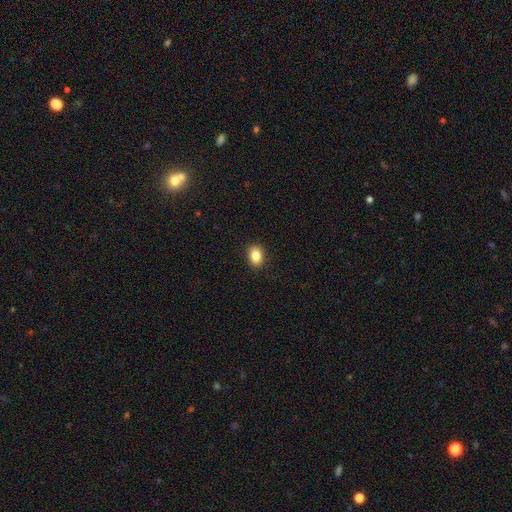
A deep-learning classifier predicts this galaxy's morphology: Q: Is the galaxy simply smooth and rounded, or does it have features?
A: smooth — 86%.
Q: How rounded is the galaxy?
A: in between — 75%.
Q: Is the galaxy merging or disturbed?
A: none — 89%.